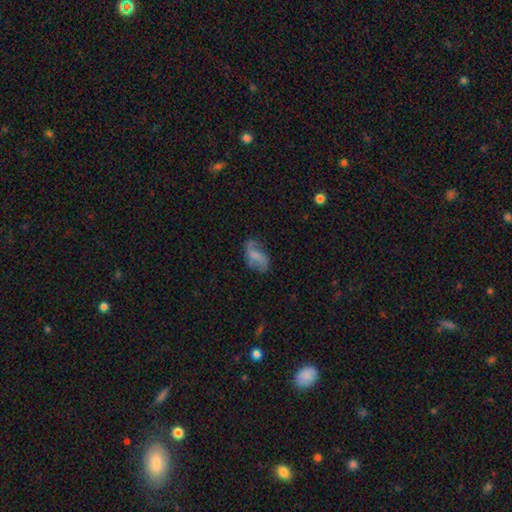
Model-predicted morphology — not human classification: Smooth or featured: featured or disk — 49% (smooth — 42%)
Merging: none — 55% (minor disturbance — 26%)